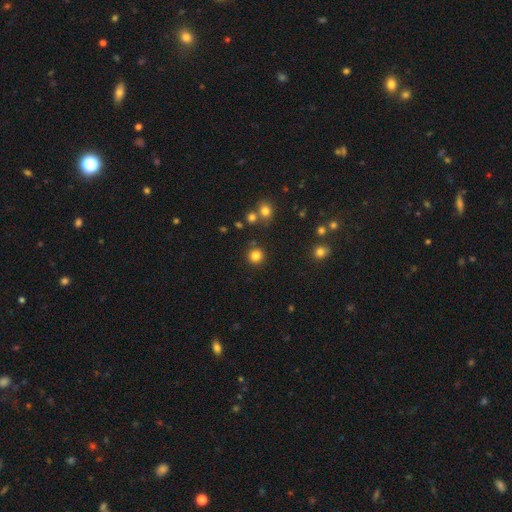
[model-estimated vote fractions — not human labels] smooth 82%, star or artifact 13%, featured or disk 5%. Down the decision tree: how rounded — round (94%); merging — none (87%).